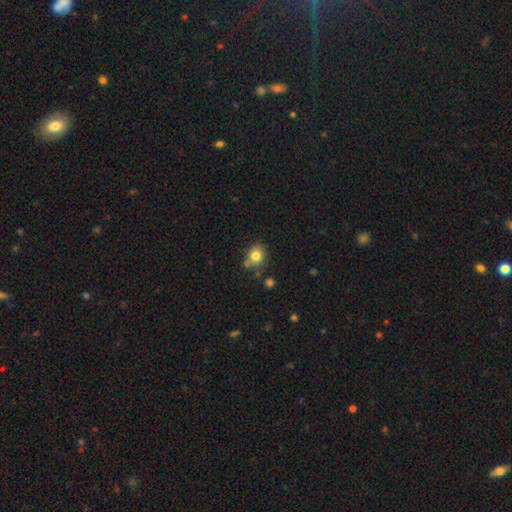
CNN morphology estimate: Smooth or featured? Predicted: smooth (p=0.80). How rounded? Predicted: round (p=0.72). Merging? Predicted: none (p=0.67).